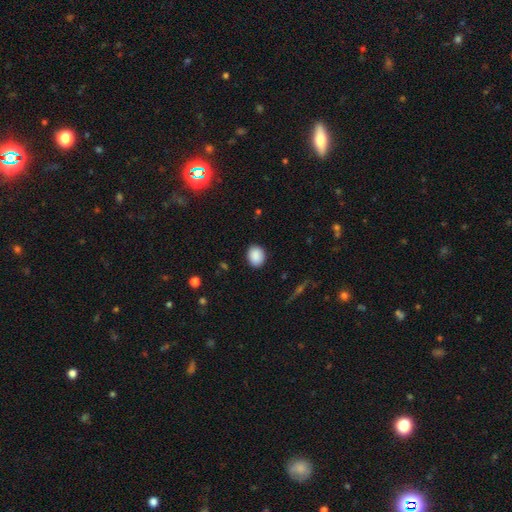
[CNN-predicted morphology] Smooth or featured? smooth (89%)
How rounded? round (54%)
Merging? none (88%)